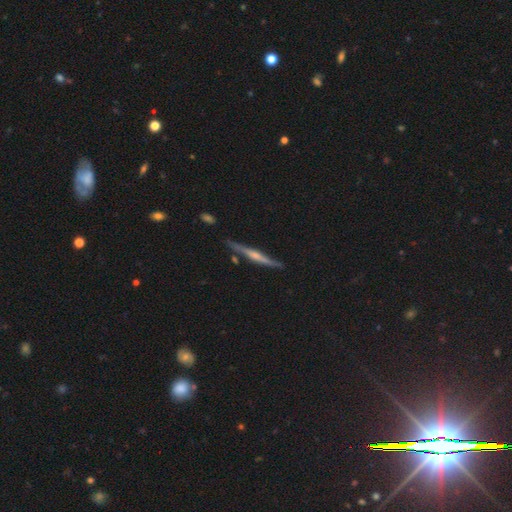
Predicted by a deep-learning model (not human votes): Q: Smooth or featured?
A: featured or disk (70%); runner-up: smooth (25%)
Q: Edge-on disk?
A: yes (97%); runner-up: no (3%)
Q: Edge-on bulge?
A: rounded (62%); runner-up: none (22%)
Q: Merging?
A: none (81%); runner-up: minor disturbance (13%)